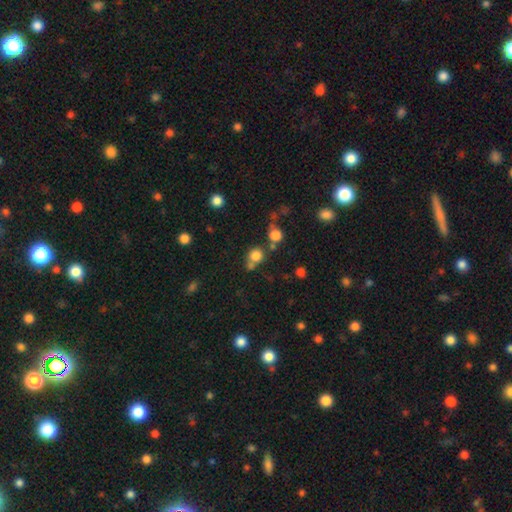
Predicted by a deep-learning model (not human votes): This is likely a smooth galaxy (78%). How rounded: clearly round (87%). Merging: possibly none (57%).